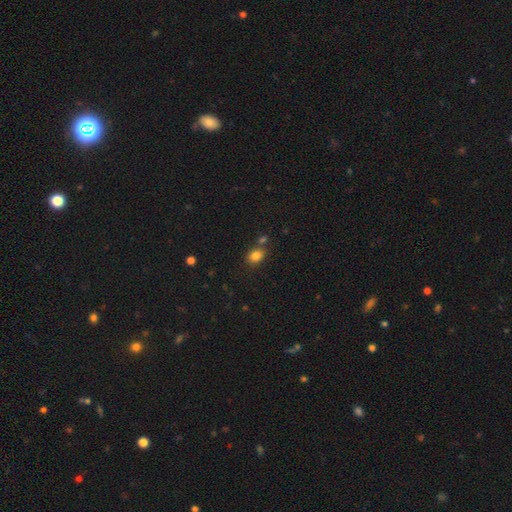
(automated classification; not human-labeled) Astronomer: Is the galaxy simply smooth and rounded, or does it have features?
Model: smooth — 82%.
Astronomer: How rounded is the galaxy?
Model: in between — 66%.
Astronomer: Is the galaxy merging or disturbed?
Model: none — 68%.